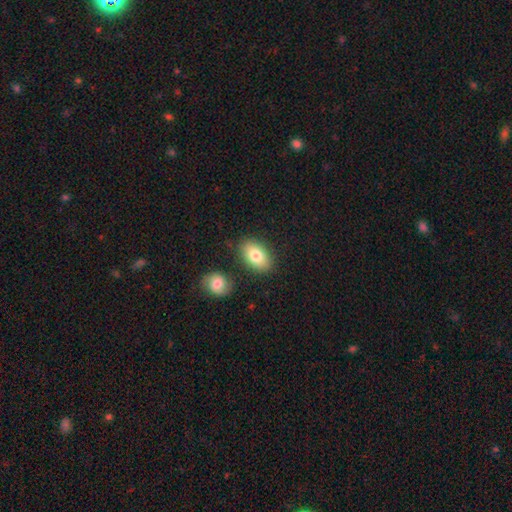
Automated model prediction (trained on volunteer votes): Smooth or featured: smooth — 80% (featured or disk — 13%)
How rounded: in between — 90% (round — 9%)
Merging: none — 81% (minor disturbance — 11%)